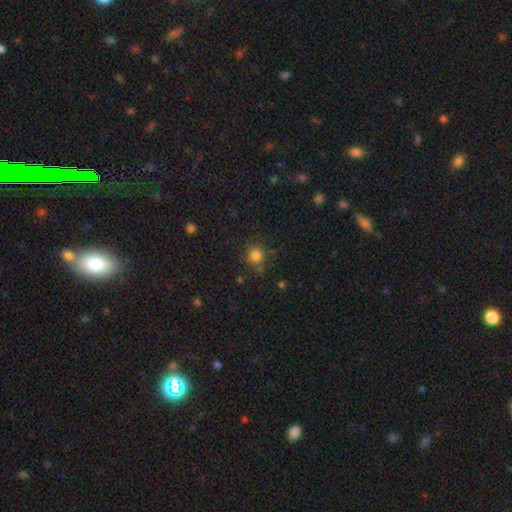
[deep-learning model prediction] smooth-or-featured: smooth: 82% | star or artifact: 13% | featured or disk: 5%
  how-rounded: round: 90% | in between: 9% | cigar-shaped: 1%
  merging: none: 78% | minor disturbance: 14% | major disturbance: 4% | merger: 4%